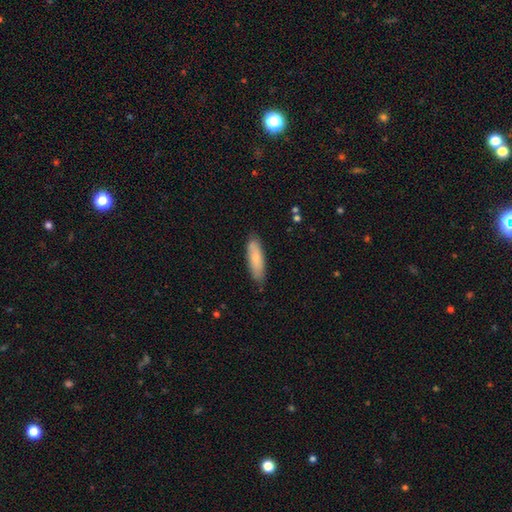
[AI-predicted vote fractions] A smooth galaxy with no disk features (79%) that is cigar-shaped (55%). Merging: none (81%).